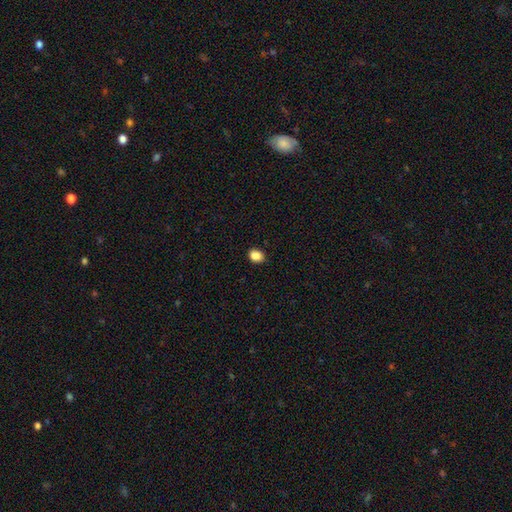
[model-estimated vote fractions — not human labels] Q: Smooth or featured?
A: smooth (88%); runner-up: star or artifact (10%)
Q: How rounded?
A: in between (54%); runner-up: round (45%)
Q: Merging?
A: none (87%); runner-up: minor disturbance (9%)